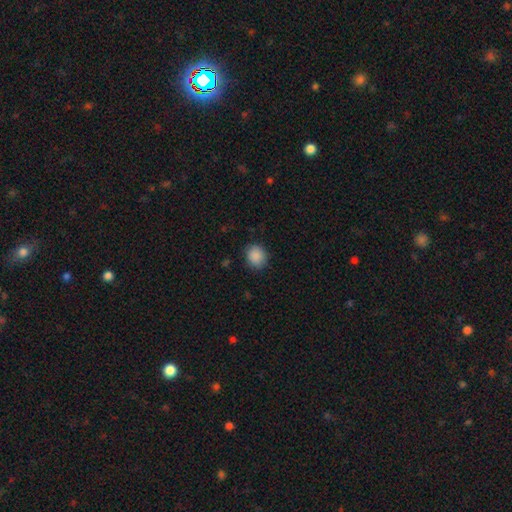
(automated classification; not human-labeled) smooth_or_featured: smooth (p=0.89) [alt: star or artifact p=0.08]
how_rounded: round (p=0.78) [alt: in between p=0.21]
merging: none (p=0.86) [alt: minor disturbance p=0.10]